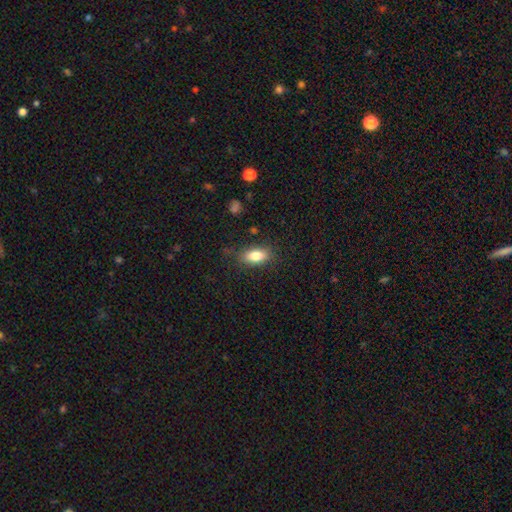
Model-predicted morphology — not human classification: Q: Smooth or featured?
A: smooth (82%); runner-up: featured or disk (10%)
Q: How rounded?
A: in between (86%); runner-up: cigar-shaped (8%)
Q: Merging?
A: none (81%); runner-up: minor disturbance (14%)